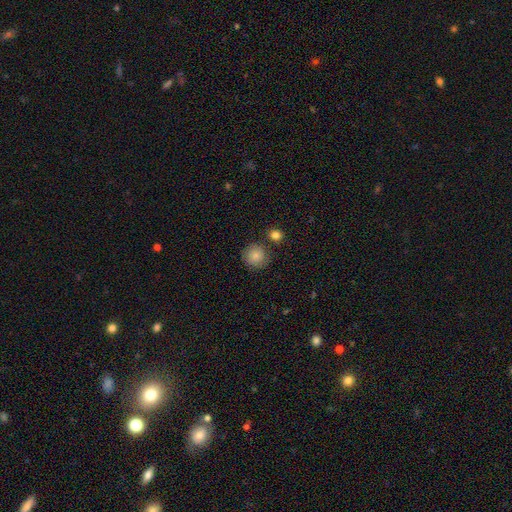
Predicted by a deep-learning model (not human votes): Overall: smooth (83%). How rounded: round (91%). Merging: none (79%).